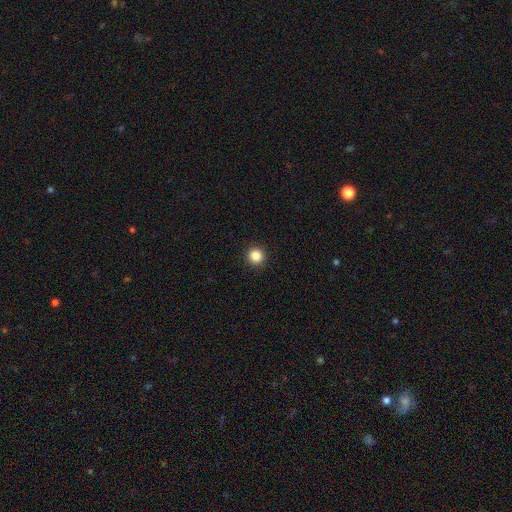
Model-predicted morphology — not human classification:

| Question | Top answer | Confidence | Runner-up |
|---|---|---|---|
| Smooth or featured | smooth | 86% | star or artifact (11%) |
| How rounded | round | 95% | in between (4%) |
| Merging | none | 93% | minor disturbance (4%) |